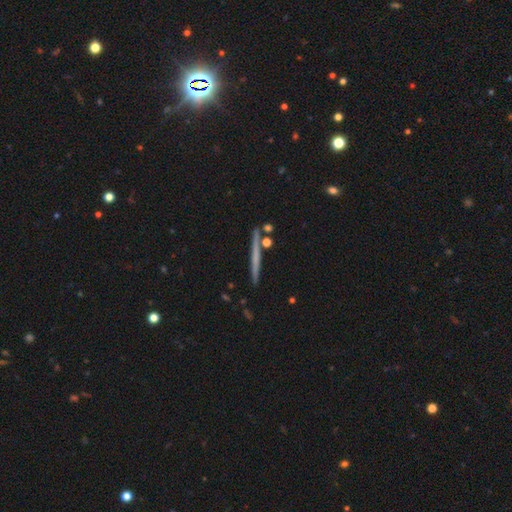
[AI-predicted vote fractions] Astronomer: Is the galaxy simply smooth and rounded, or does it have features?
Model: featured or disk — 51% (runner-up: smooth, 42%).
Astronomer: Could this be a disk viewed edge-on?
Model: yes — 97%.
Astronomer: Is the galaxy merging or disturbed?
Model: none — 87%.